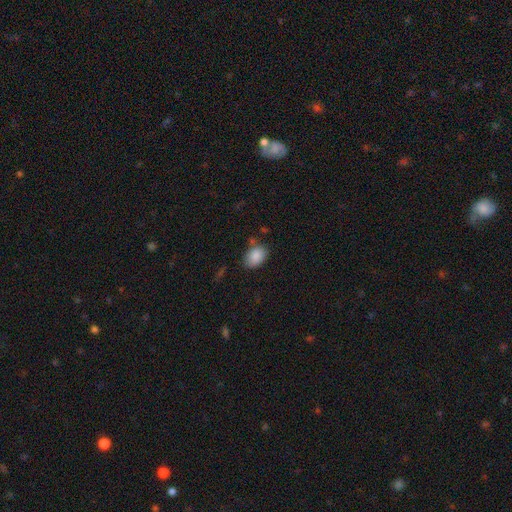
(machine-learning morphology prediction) A smooth galaxy with no disk features (88%) that is in between round and cigar-shaped (82%).

Vote fractions:
- Smooth or featured? smooth: 88% / star or artifact: 7% / featured or disk: 5%
- How rounded? in between: 82% / round: 17% / cigar-shaped: 1%
- Merging? none: 69% / minor disturbance: 20% / merger: 6% / major disturbance: 5%